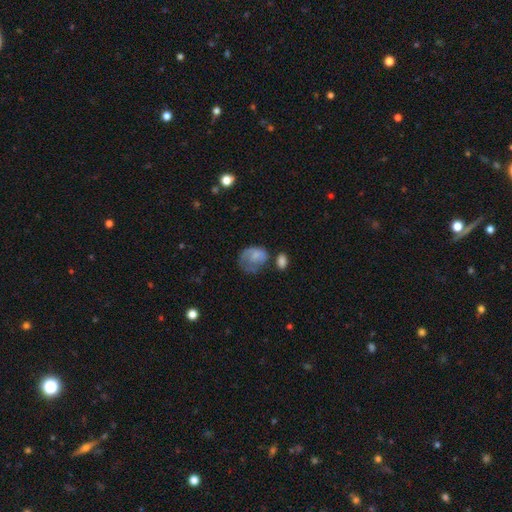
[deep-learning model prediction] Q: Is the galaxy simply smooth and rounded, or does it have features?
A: smooth — 62%.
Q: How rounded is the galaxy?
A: in between — 54%.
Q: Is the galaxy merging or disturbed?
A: major disturbance — 38%.